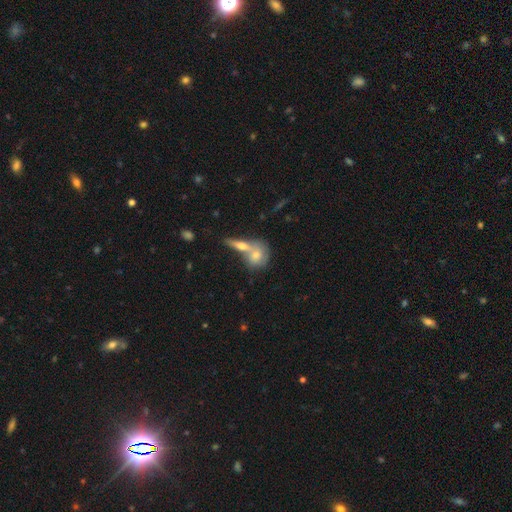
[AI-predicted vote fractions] A smooth galaxy with no disk features (62%) that is round (56%).

Vote fractions:
- Smooth or featured? smooth: 62% / featured or disk: 30% / star or artifact: 8%
- How rounded? round: 56% / in between: 36% / cigar-shaped: 8%
- Merging? merger: 49% / none: 38% / minor disturbance: 10% / major disturbance: 4%